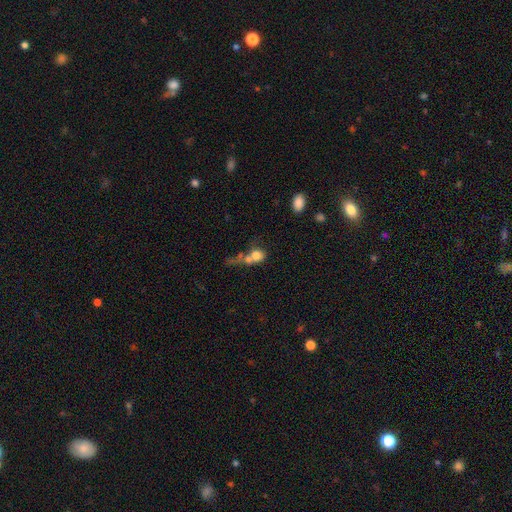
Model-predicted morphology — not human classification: This appears to be a smooth galaxy with no disk features (69%) that is round (56%). Merging: merger (54%).